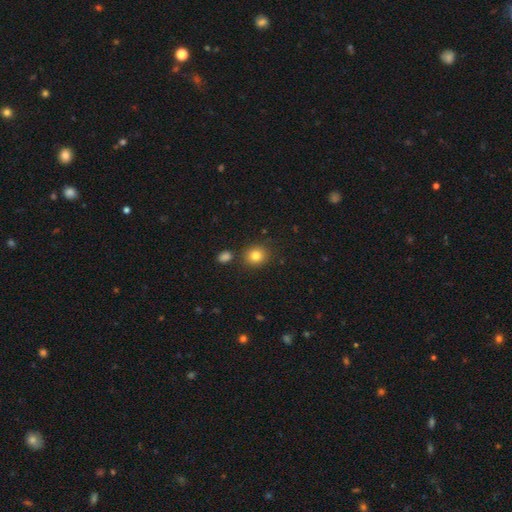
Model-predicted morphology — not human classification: This is clearly a smooth galaxy (82%). How rounded: likely round (79%). Merging: clearly none (83%).